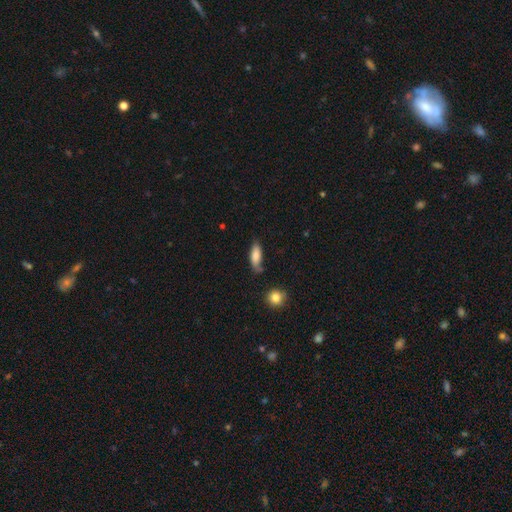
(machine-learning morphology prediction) This is clearly a smooth galaxy (80%). How rounded: likely in between (67%). Merging: likely none (63%).